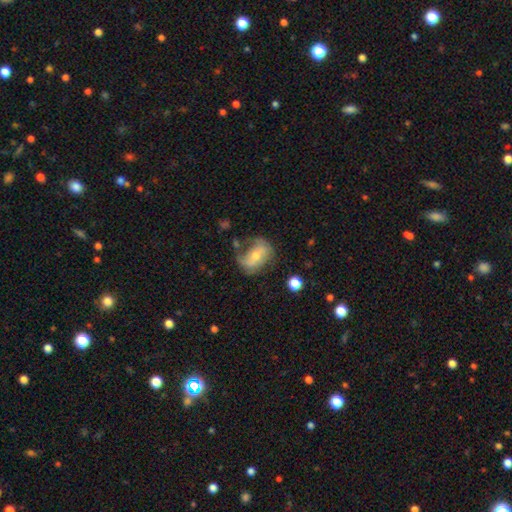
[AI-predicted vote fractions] Morphology: type=featured or disk (55%); edge-on=no (95%); bar=no (52%); spiral arms=yes (70%); bulge=small (49%); merging=none (49%).